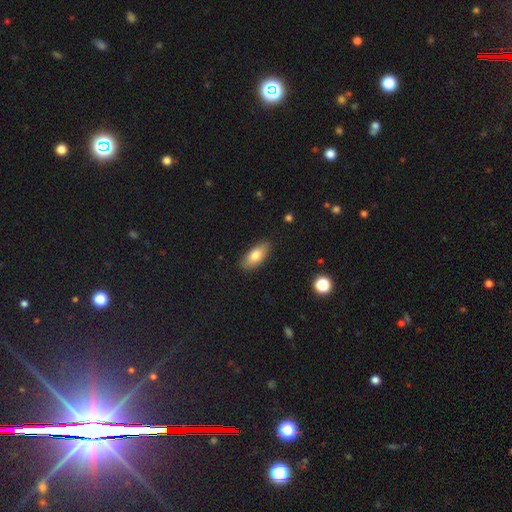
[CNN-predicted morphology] This appears to be a smooth galaxy with no disk features (76%) that is in between round and cigar-shaped (86%). Merging: none (87%).